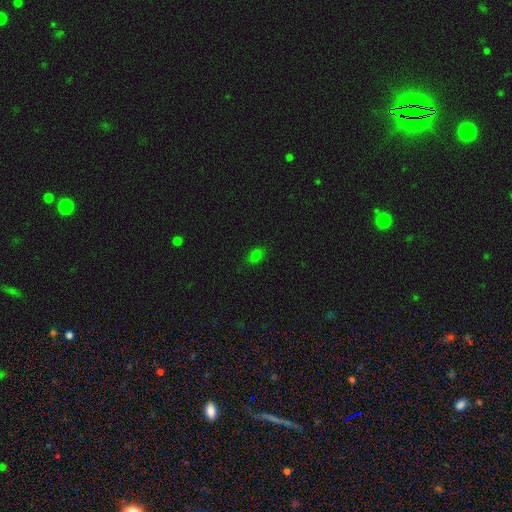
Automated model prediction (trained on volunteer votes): The model was most divided on "how rounded": in between: 78%, round: 20%, cigar-shaped: 2%. More confident: merging — none (82%); smooth or featured — smooth (77%).